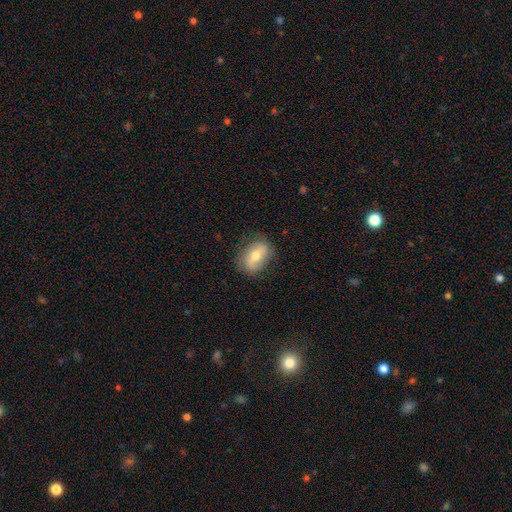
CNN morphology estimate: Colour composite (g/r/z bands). It shows a smooth galaxy with no disk features (60%) that is in between round and cigar-shaped (78%). Merging: none (78%).